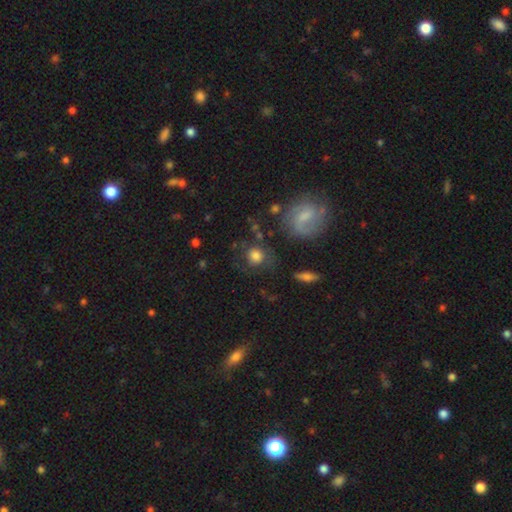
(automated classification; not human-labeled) smooth_or_featured: smooth (p=0.67) [alt: featured or disk p=0.21]
how_rounded: round (p=0.84) [alt: in between p=0.14]
merging: none (p=0.66) [alt: minor disturbance p=0.17]